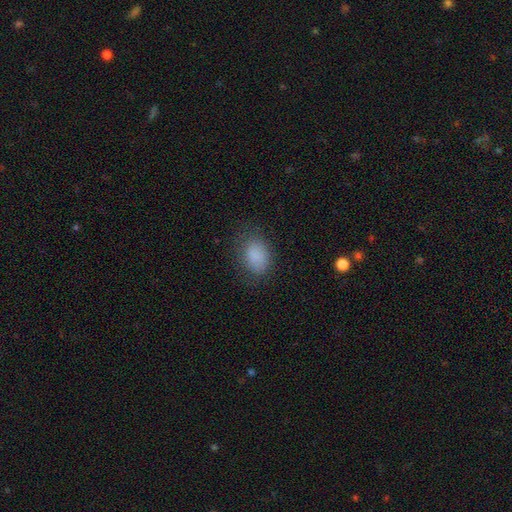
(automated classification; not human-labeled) smooth 86%, star or artifact 9%, featured or disk 6%. Down the decision tree: how rounded — in between (75%); merging — none (74%).